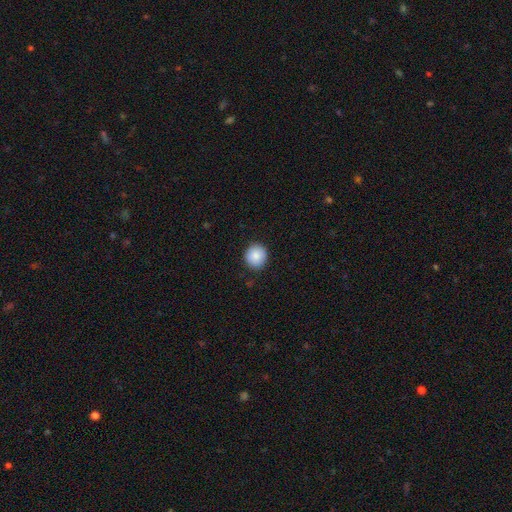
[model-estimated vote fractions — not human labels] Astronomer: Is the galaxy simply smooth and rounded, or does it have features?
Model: smooth — 87%.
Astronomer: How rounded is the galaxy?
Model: round — 90%.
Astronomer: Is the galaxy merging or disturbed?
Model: none — 89%.